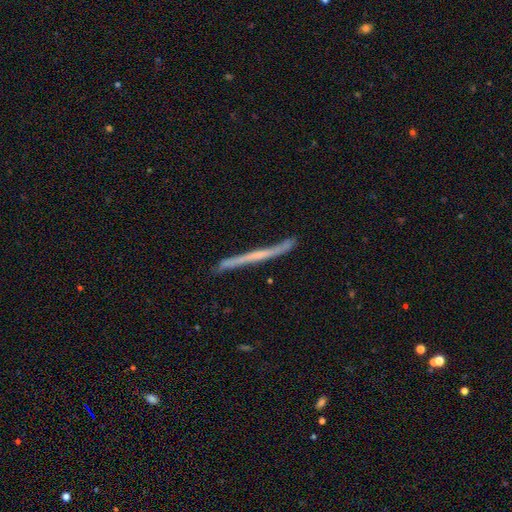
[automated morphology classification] smooth-or-featured: featured or disk: 63% | smooth: 30% | star or artifact: 7%
  disk-edge-on: yes: 94% | no: 6%
    edge-on-bulge: none: 78% | rounded: 15% | boxy: 7%
  merging: none: 82% | minor disturbance: 14% | major disturbance: 3% | merger: 2%